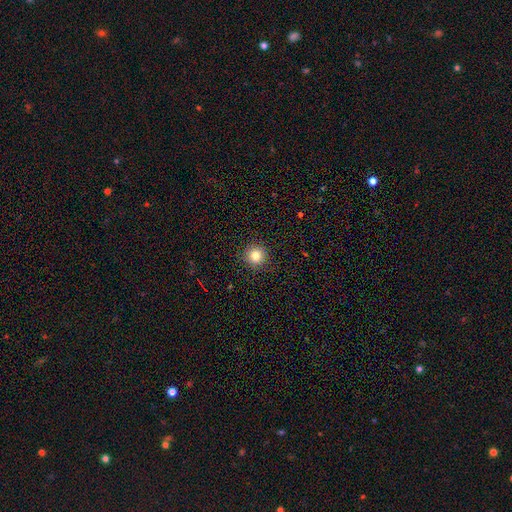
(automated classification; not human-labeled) Morphology: type=smooth (81%); roundness=round (95%); merging=none (92%).